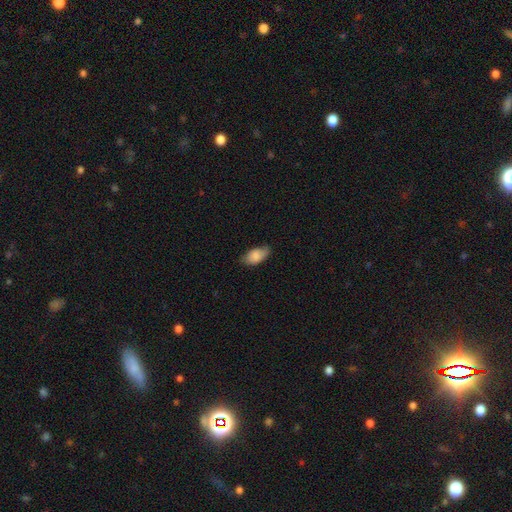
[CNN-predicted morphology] Smooth or featured? smooth (83%)
How rounded? in between (93%)
Merging? none (67%)